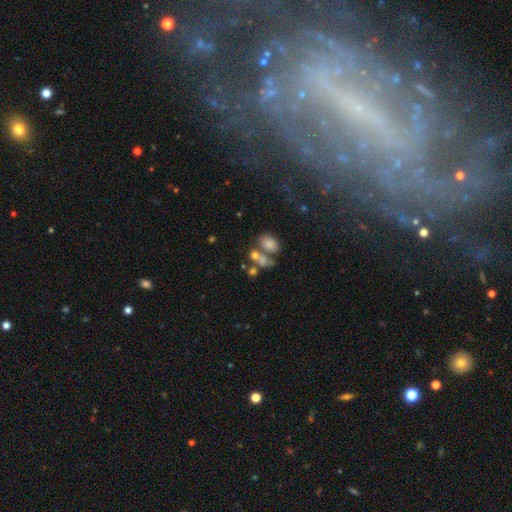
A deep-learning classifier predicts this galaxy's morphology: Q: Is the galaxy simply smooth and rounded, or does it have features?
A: smooth — 65%.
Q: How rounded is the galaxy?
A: in between — 65%.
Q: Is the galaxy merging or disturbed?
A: merger — 49%.